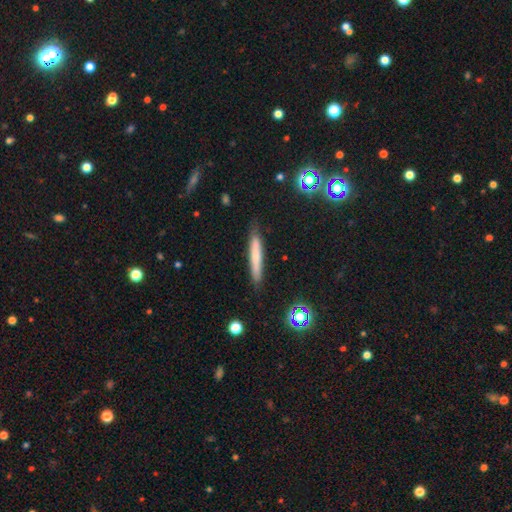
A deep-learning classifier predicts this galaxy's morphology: This appears to be a smooth galaxy with no disk features (62%) that is cigar-shaped (94%). Merging: none (84%).